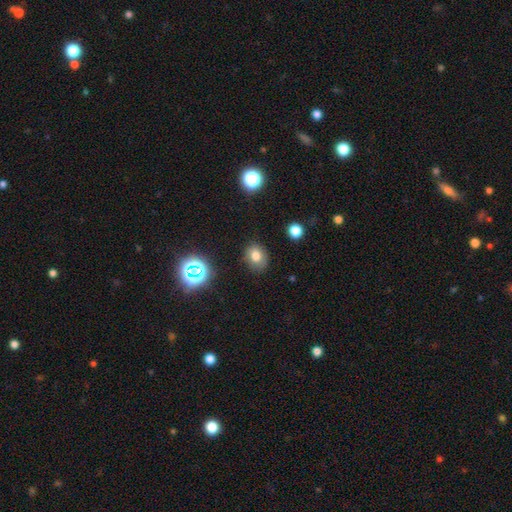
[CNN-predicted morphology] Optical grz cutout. It shows a smooth galaxy with no disk features (74%) that is in between round and cigar-shaped (52%). Merging: none (83%).